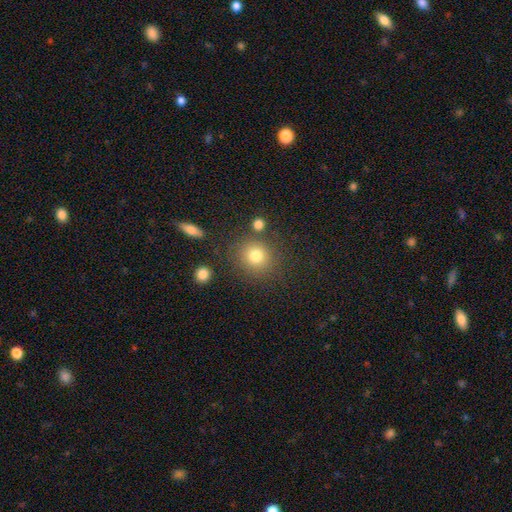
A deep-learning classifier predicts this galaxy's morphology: Smooth or featured? smooth (80%)
How rounded? round (86%)
Merging? none (79%)